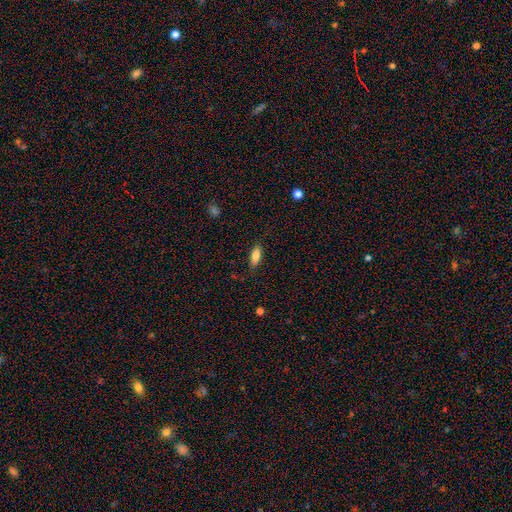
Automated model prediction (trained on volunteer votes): The model was most divided on "how rounded": in between: 75%, cigar-shaped: 22%, round: 2%. More confident: merging — none (84%); smooth or featured — smooth (81%).